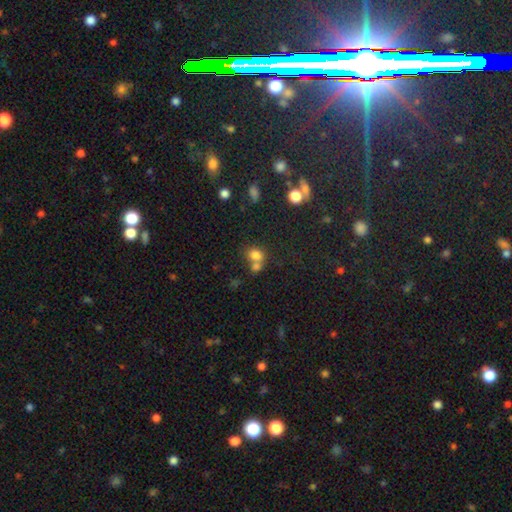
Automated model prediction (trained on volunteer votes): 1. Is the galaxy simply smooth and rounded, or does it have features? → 76% smooth, 13% star or artifact, 11% featured or disk.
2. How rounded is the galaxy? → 50% round, 49% in between, 1% cigar-shaped.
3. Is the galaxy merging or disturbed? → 51% merger, 36% none, 9% minor disturbance, 4% major disturbance.